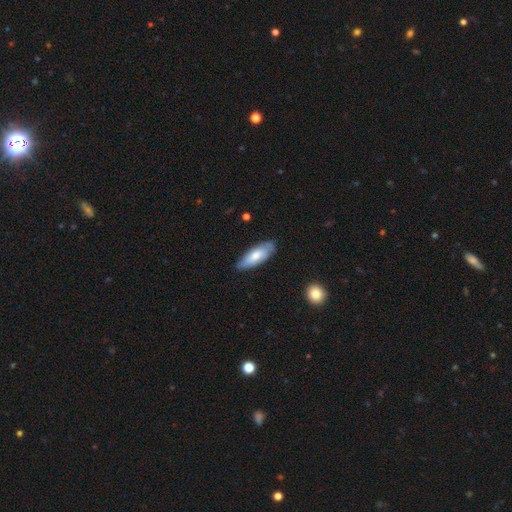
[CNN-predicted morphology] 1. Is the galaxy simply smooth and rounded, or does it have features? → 70% smooth, 24% featured or disk, 5% star or artifact.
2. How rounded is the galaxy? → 68% in between, 30% cigar-shaped, 2% round.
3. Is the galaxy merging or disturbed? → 79% none, 17% minor disturbance, 3% major disturbance, 1% merger.